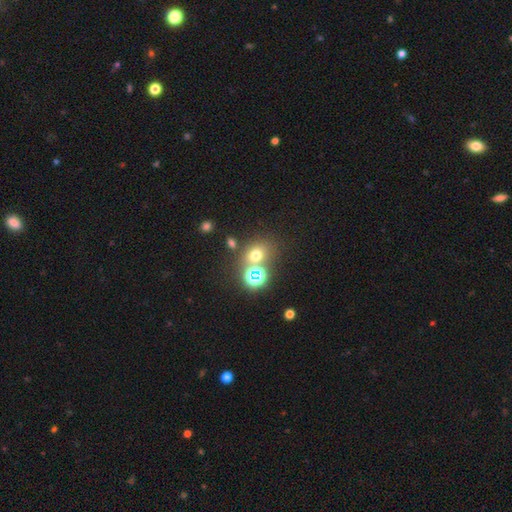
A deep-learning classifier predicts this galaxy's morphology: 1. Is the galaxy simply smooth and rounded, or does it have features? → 60% smooth, 29% star or artifact, 10% featured or disk.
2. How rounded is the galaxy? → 62% round, 37% in between, 1% cigar-shaped.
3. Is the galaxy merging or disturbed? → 63% none, 21% merger, 10% minor disturbance, 5% major disturbance.